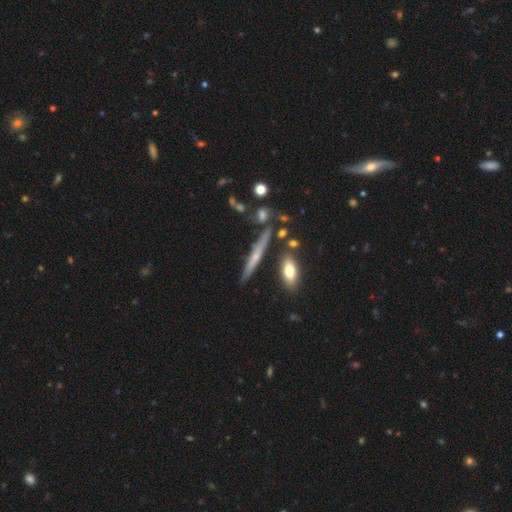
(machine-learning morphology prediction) Q: Smooth or featured?
A: featured or disk (53%); runner-up: smooth (37%)
Q: Edge-on disk?
A: yes (90%); runner-up: no (10%)
Q: Merging?
A: none (77%); runner-up: minor disturbance (13%)